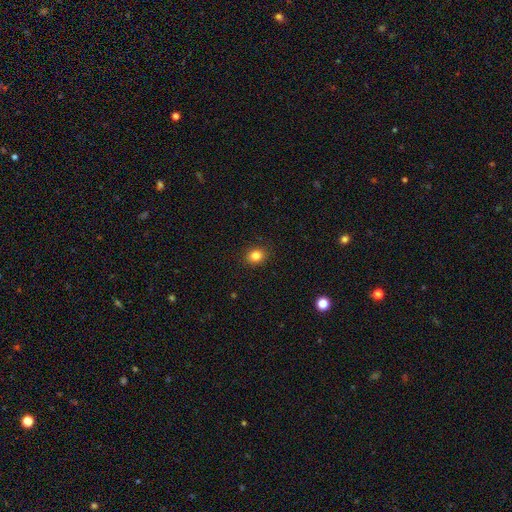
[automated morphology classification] Smooth or featured? smooth (83%)
How rounded? round (62%)
Merging? none (90%)